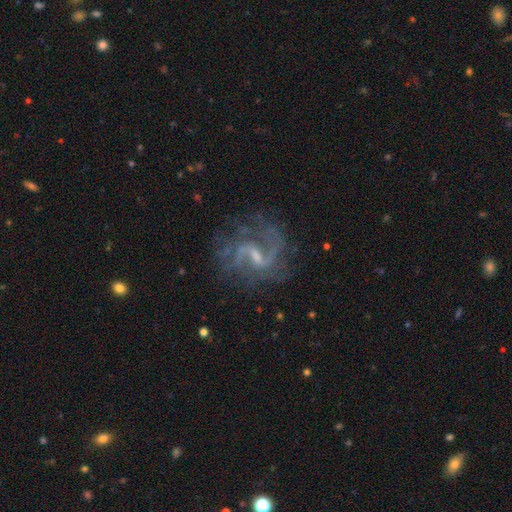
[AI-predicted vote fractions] A featured or disk galaxy (87%) with a weak bar (59%), 2 (79%) loose (49%) spiral arms (95%) and a small central bulge (52%). Merging: none (68%).